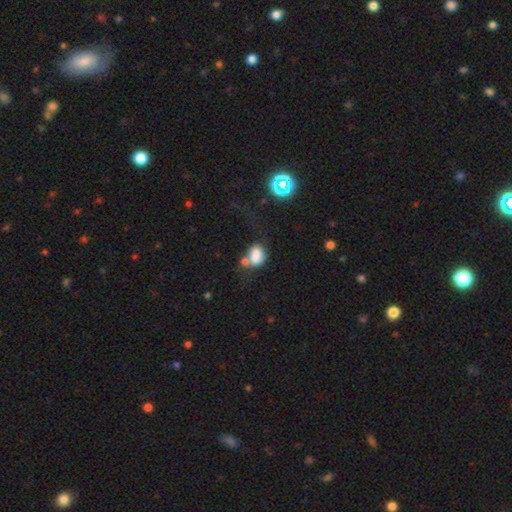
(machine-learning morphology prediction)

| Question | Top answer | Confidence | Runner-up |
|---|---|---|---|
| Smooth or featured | smooth | 71% | featured or disk (16%) |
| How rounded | in between | 61% | round (37%) |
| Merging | merger | 42% | none (28%) |